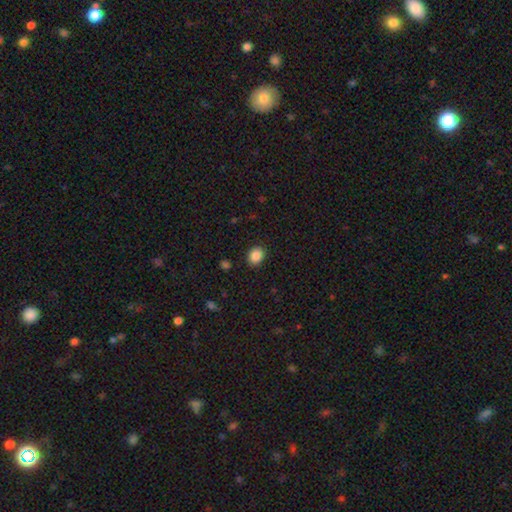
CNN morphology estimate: Smooth or featured? smooth (87%)
How rounded? round (56%)
Merging? none (89%)